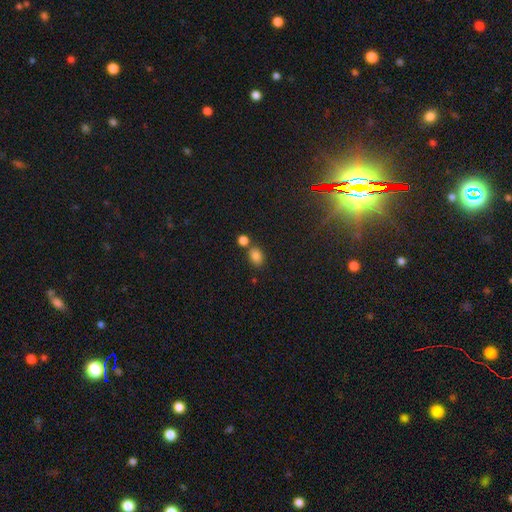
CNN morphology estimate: Q: Smooth or featured?
A: smooth (81%); runner-up: star or artifact (13%)
Q: How rounded?
A: in between (63%); runner-up: round (35%)
Q: Merging?
A: none (63%); runner-up: merger (23%)